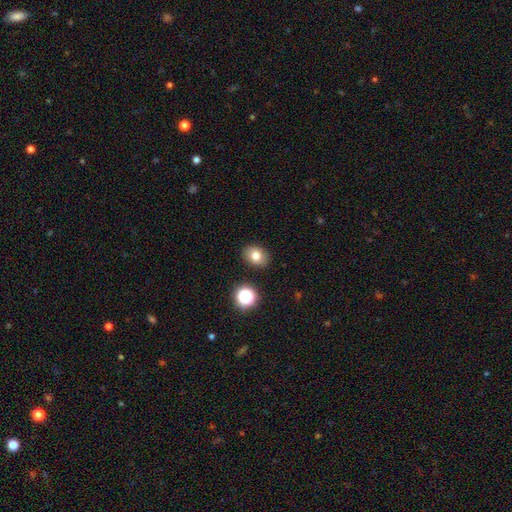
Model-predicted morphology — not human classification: This is likely a smooth galaxy (78%). How rounded: likely in between (60%). Merging: clearly none (88%).